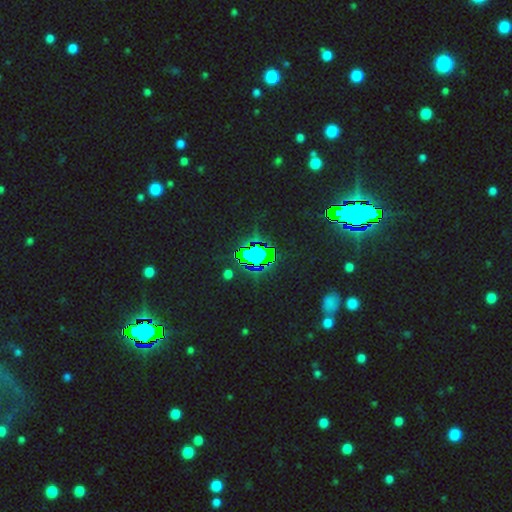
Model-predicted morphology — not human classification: smooth_or_featured: star or artifact (p=0.78) [alt: smooth p=0.14]